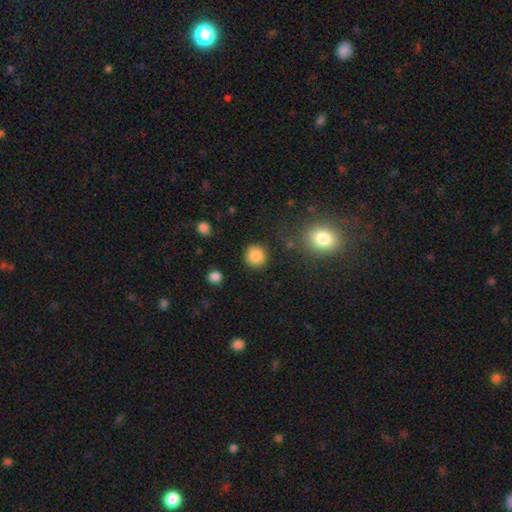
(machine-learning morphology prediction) A smooth galaxy with no disk features (86%) that is round (93%). Merging: none (88%).